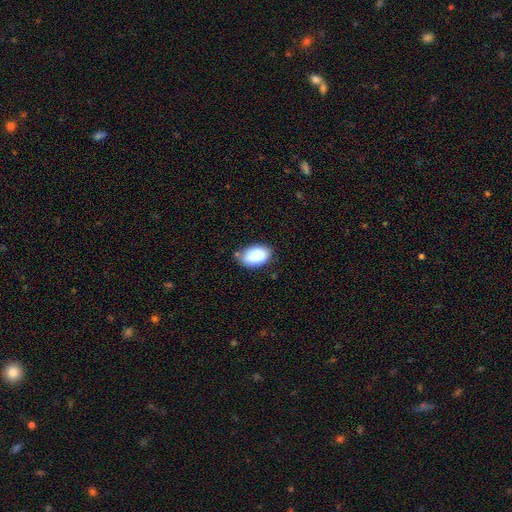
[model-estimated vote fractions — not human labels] Smooth or featured?
  - smooth: 87% *
  - star or artifact: 7%
  - featured or disk: 6%
How rounded?
  - in between: 90% *
  - round: 9%
  - cigar-shaped: 1%
Merging?
  - none: 72% *
  - minor disturbance: 20%
  - major disturbance: 4%
  - merger: 4%